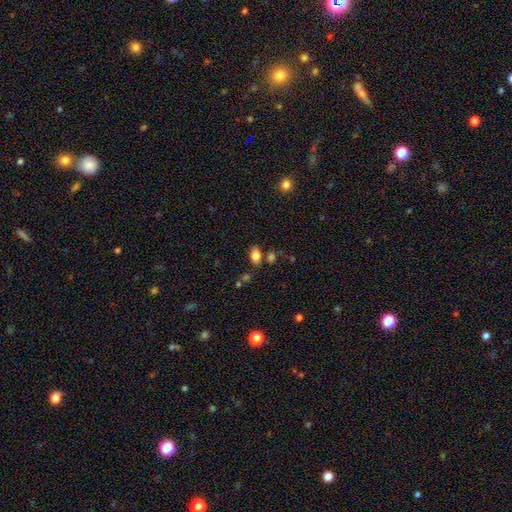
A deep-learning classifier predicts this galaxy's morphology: This appears to be a smooth galaxy with no disk features (82%) that is in between round and cigar-shaped (87%). Merging: none (75%).